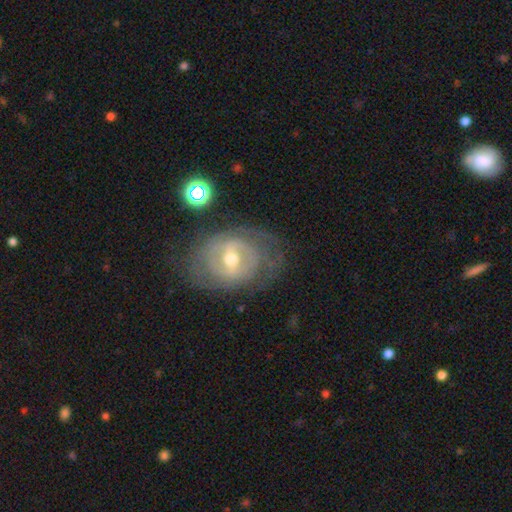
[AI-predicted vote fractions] Smooth or featured? featured or disk (78%)
Edge-on disk? no (95%)
Bar? weak (48%)
Spiral arms? yes (71%)
Spiral winding? tight (60%)
Spiral arm count? can't tell (45%)
Bulge size? moderate (66%)
Merging? none (67%)